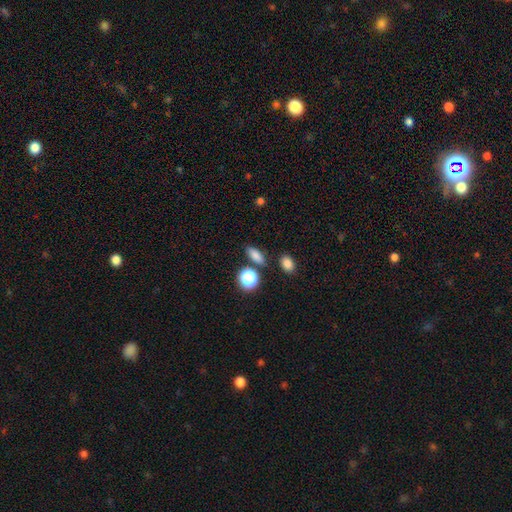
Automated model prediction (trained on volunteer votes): This appears to be a smooth galaxy with no disk features (78%) that is in between round and cigar-shaped (67%). Merging: none (80%).